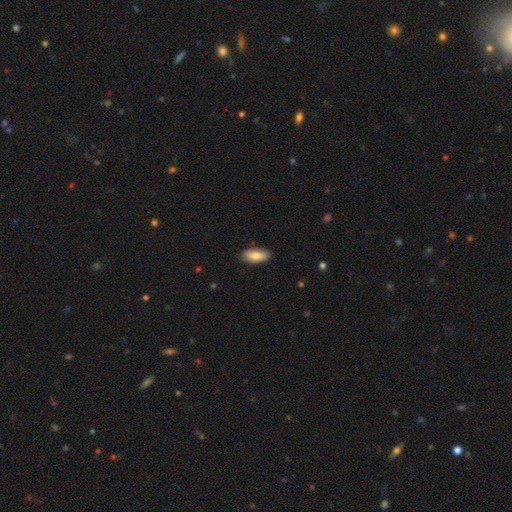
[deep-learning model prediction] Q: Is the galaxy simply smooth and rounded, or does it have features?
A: smooth — 79%.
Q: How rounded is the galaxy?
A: in between — 80%.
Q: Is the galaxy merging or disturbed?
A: none — 86%.